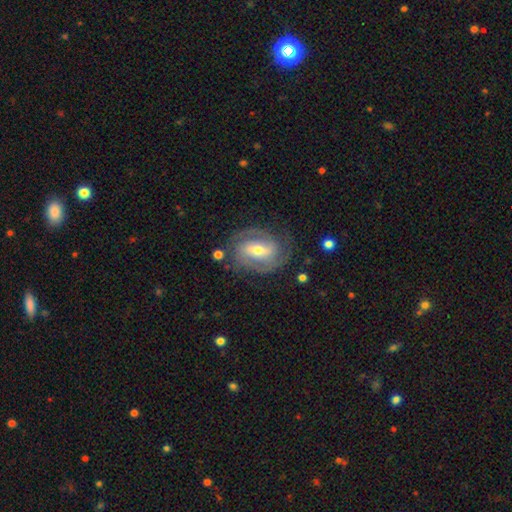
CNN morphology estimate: type=featured or disk (50%); merging=none (80%).